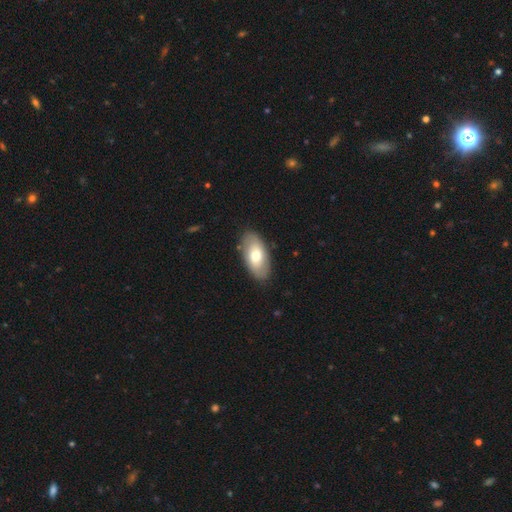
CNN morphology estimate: Smooth or featured? smooth (66%)
How rounded? in between (94%)
Merging? none (86%)